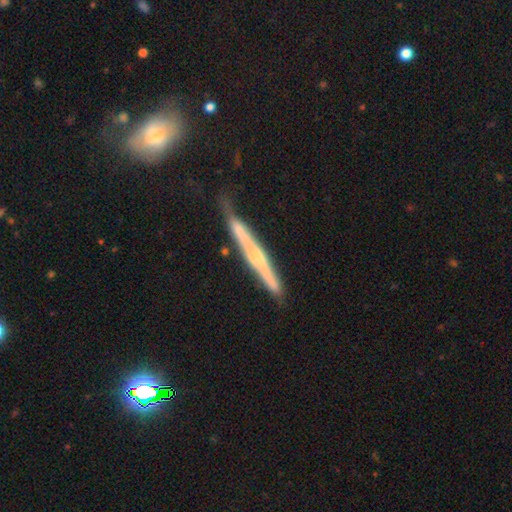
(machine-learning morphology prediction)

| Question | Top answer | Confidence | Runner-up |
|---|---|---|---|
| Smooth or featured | featured or disk | 67% | smooth (27%) |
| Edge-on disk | yes | 95% | no (5%) |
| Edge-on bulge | rounded | 41% | none (37%) |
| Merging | none | 67% | minor disturbance (23%) |